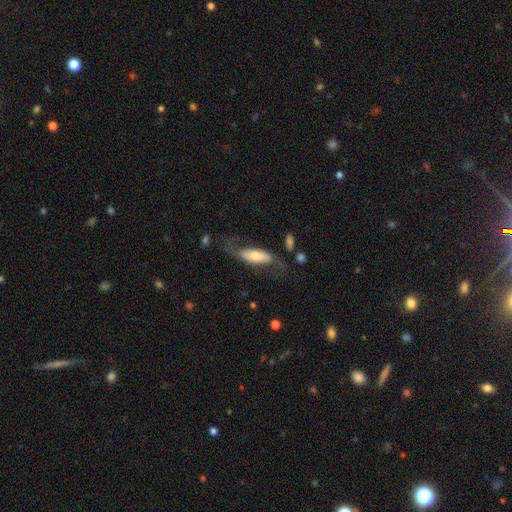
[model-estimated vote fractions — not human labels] featured or disk 54%, smooth 40%, star or artifact 7%. Down the decision tree: edge-on disk — no (78%); merging — none (56%).